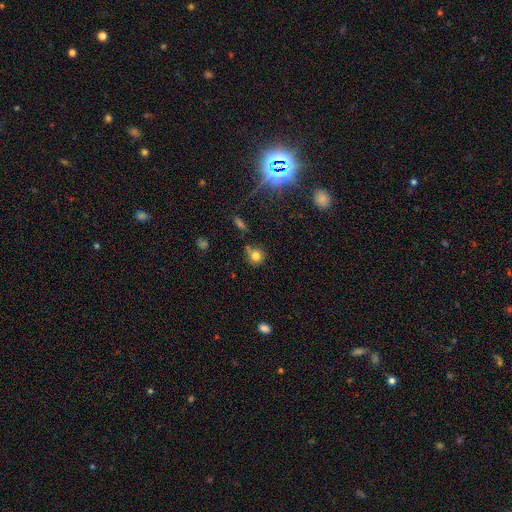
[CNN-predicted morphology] This is likely a smooth galaxy (76%). How rounded: clearly round (84%). Merging: likely none (64%).